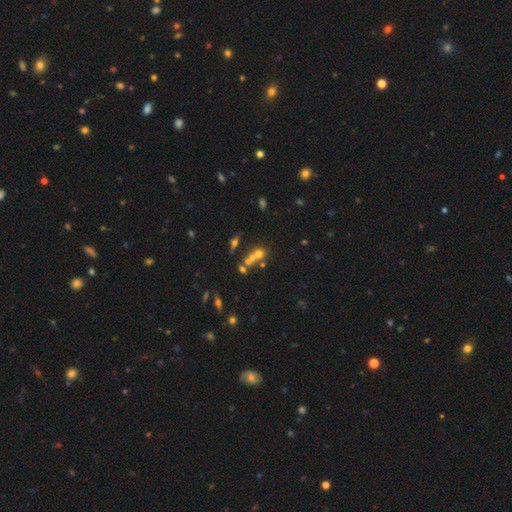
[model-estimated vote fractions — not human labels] smooth-or-featured: smooth: 49% | featured or disk: 28% | star or artifact: 23%
  merging: merger: 46% | none: 39% | minor disturbance: 9% | major disturbance: 6%